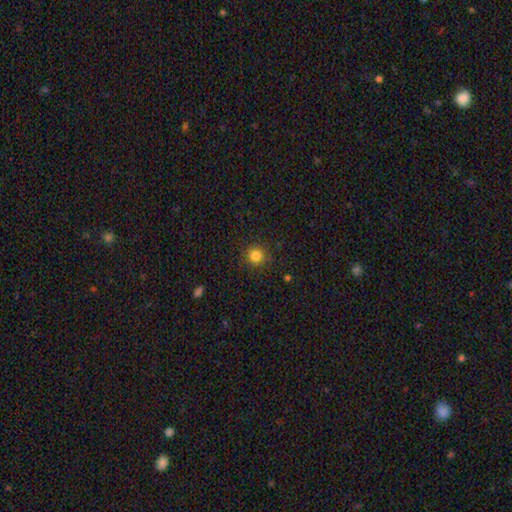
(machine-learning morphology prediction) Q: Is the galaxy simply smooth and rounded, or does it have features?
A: smooth — 83%.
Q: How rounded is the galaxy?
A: round — 93%.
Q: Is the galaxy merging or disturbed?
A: none — 88%.